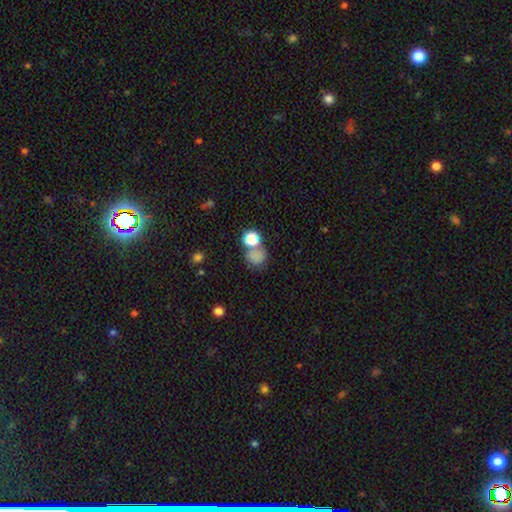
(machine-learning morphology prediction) type=smooth (76%); roundness=round (75%); merging=none (46%).